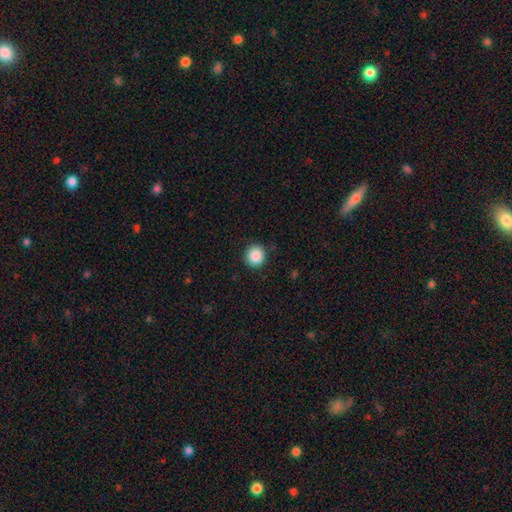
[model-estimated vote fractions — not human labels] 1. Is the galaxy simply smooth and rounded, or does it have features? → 88% smooth, 9% star or artifact, 3% featured or disk.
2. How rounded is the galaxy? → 92% round, 7% in between, 1% cigar-shaped.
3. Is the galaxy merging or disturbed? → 90% none, 7% minor disturbance, 2% major disturbance, 1% merger.